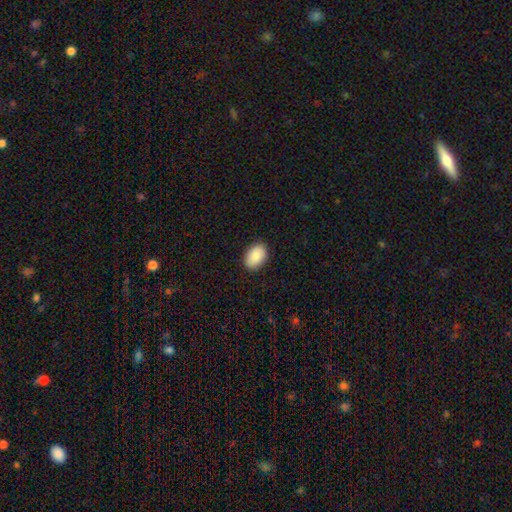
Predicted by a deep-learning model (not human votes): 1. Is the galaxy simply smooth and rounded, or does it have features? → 89% smooth, 6% star or artifact, 4% featured or disk.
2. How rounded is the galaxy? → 85% in between, 14% round, 1% cigar-shaped.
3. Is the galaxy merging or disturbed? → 88% none, 9% minor disturbance, 2% major disturbance, 1% merger.